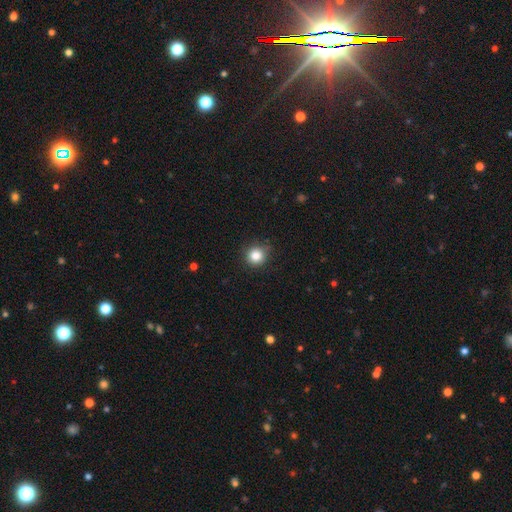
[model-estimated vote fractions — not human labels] Morphology: type=smooth (84%); roundness=round (93%); merging=none (86%).